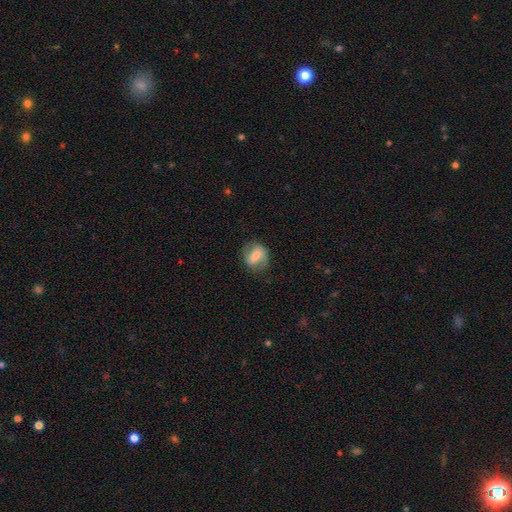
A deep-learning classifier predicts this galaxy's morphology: A smooth galaxy with no disk features (51%) that is round (50%). Merging: none (75%).